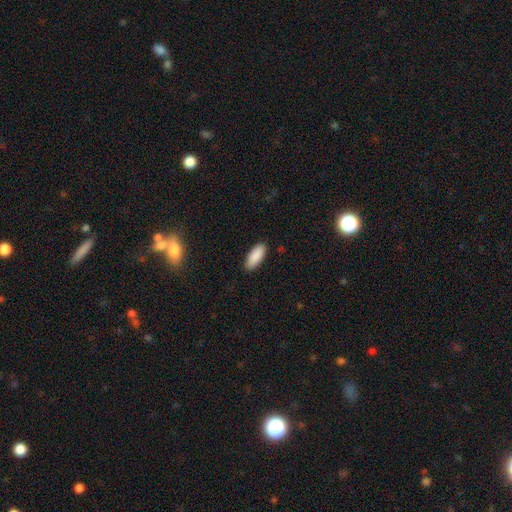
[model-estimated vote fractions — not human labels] smooth-or-featured: smooth: 90% | star or artifact: 6% | featured or disk: 4%
  how-rounded: in between: 82% | cigar-shaped: 16% | round: 2%
  merging: none: 89% | minor disturbance: 8% | major disturbance: 2% | merger: 1%